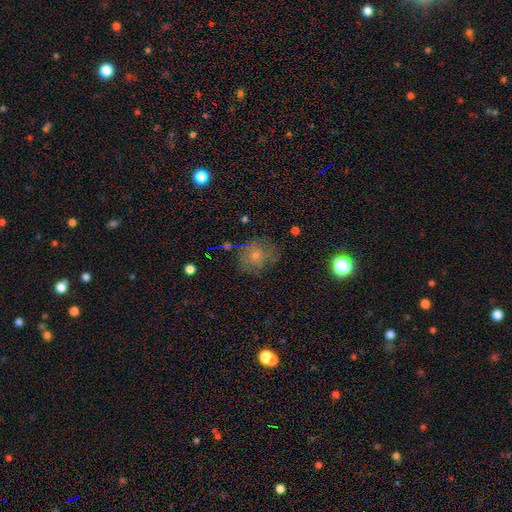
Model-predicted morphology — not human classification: The model was most divided on "smooth or featured": featured or disk: 46%, smooth: 34%, star or artifact: 20%. More confident: merging — none (67%).